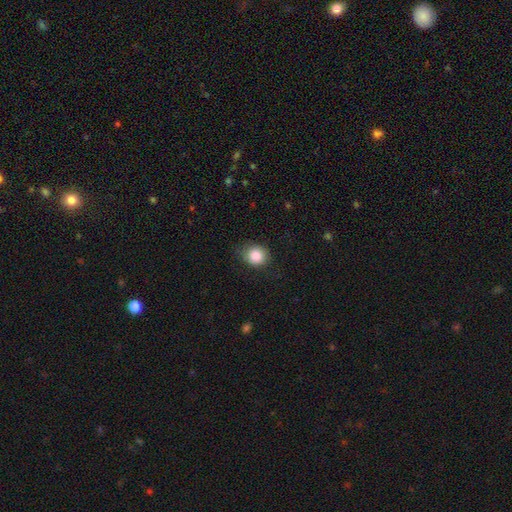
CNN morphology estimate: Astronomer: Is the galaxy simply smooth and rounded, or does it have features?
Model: smooth — 86%.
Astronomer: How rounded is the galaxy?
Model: round — 69%.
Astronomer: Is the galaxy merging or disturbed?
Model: none — 75%.